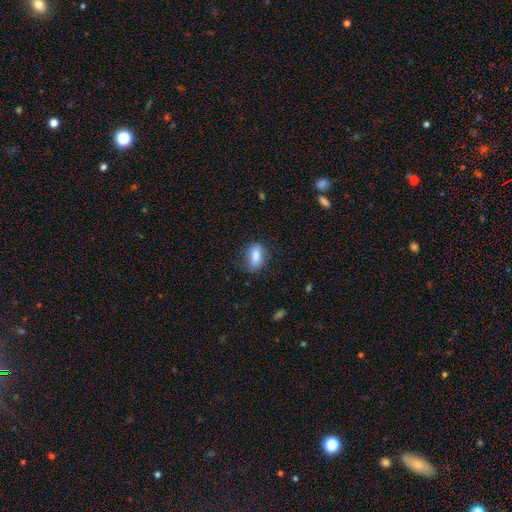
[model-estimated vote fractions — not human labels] Morphology: type=smooth (81%); roundness=in between (83%); merging=none (68%).